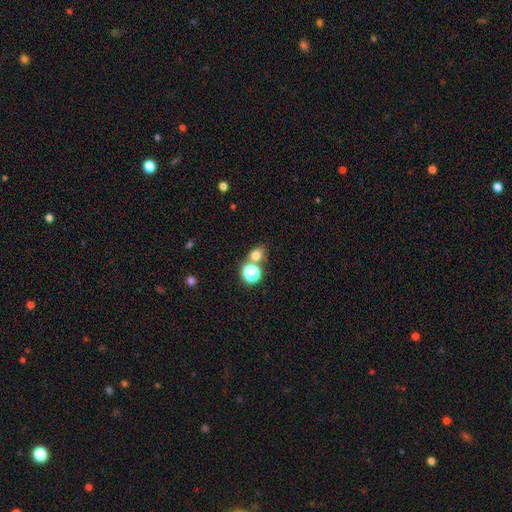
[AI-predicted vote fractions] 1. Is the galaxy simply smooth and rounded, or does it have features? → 69% smooth, 22% star or artifact, 9% featured or disk.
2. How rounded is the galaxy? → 60% round, 39% in between, 1% cigar-shaped.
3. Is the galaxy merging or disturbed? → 59% none, 27% merger, 10% minor disturbance, 4% major disturbance.